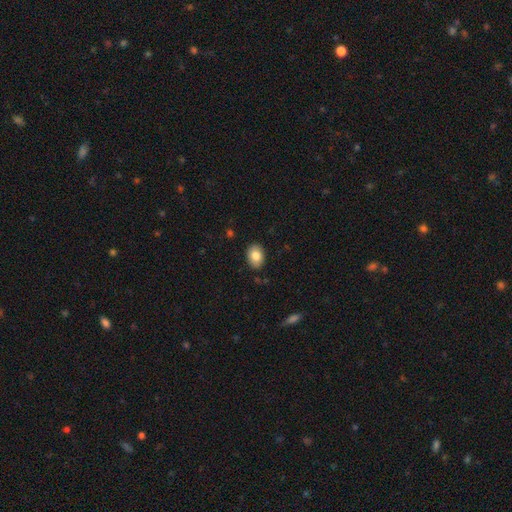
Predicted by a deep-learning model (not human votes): Q: Smooth or featured?
A: smooth (83%); runner-up: featured or disk (9%)
Q: How rounded?
A: in between (79%); runner-up: round (20%)
Q: Merging?
A: none (88%); runner-up: minor disturbance (9%)